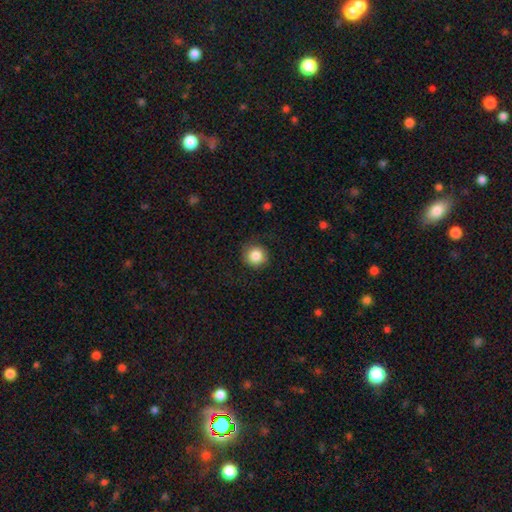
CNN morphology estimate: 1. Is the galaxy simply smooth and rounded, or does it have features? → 85% smooth, 9% star or artifact, 6% featured or disk.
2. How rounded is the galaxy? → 92% round, 7% in between, 1% cigar-shaped.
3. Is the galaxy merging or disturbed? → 83% none, 12% minor disturbance, 4% major disturbance, 1% merger.